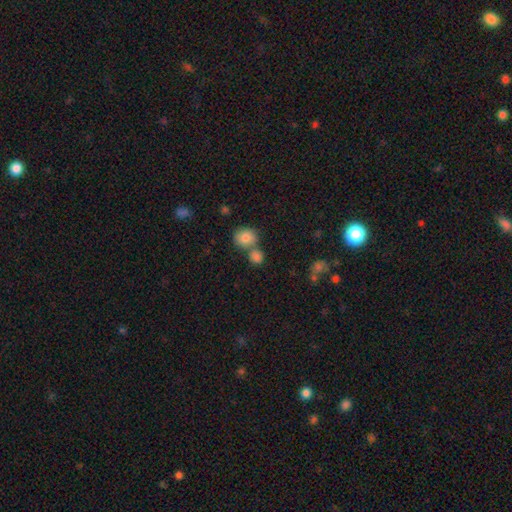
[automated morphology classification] A smooth galaxy with no disk features (81%) that is round (77%).

Vote fractions:
- Smooth or featured? smooth: 81% / star or artifact: 12% / featured or disk: 7%
- How rounded? round: 77% / in between: 22% / cigar-shaped: 1%
- Merging? none: 50% / merger: 39% / minor disturbance: 9% / major disturbance: 3%